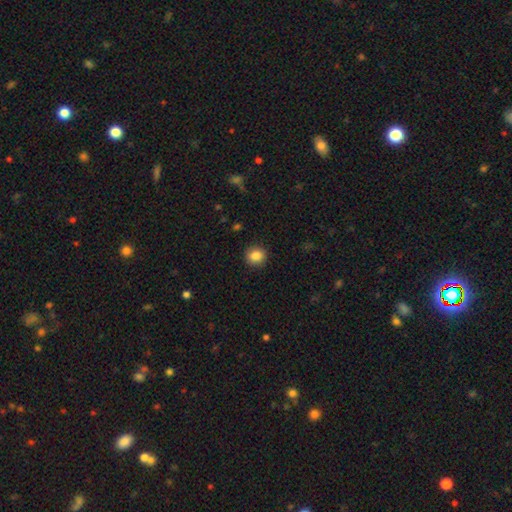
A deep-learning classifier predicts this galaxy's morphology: This appears to be a smooth galaxy with no disk features (87%) that is round (85%). Merging: none (91%).